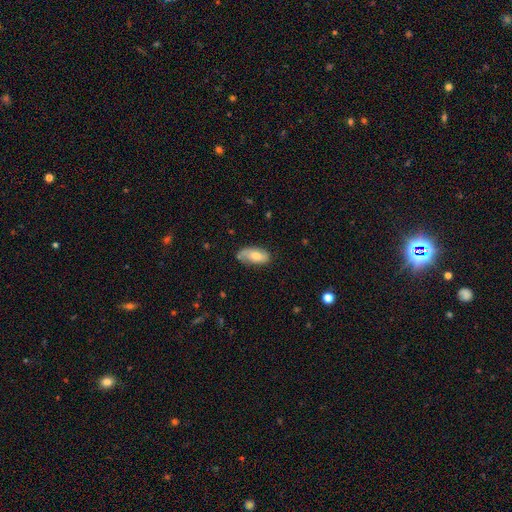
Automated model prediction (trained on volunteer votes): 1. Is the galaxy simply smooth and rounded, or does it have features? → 69% smooth, 25% featured or disk, 7% star or artifact.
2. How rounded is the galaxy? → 92% in between, 5% cigar-shaped, 3% round.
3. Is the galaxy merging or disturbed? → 62% none, 27% minor disturbance, 7% major disturbance, 3% merger.